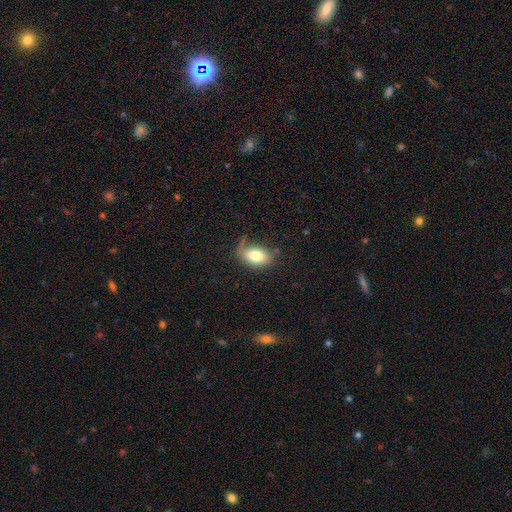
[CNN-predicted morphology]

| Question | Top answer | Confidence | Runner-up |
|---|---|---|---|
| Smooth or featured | smooth | 76% | featured or disk (16%) |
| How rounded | in between | 88% | round (10%) |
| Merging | none | 59% | minor disturbance (23%) |